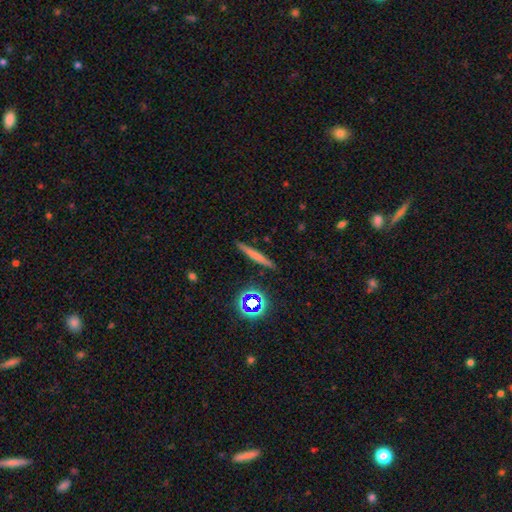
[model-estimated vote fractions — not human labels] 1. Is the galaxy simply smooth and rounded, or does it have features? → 55% smooth, 33% featured or disk, 12% star or artifact.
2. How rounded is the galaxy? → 92% cigar-shaped, 4% in between, 3% round.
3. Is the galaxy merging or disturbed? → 87% none, 9% minor disturbance, 2% major disturbance, 2% merger.